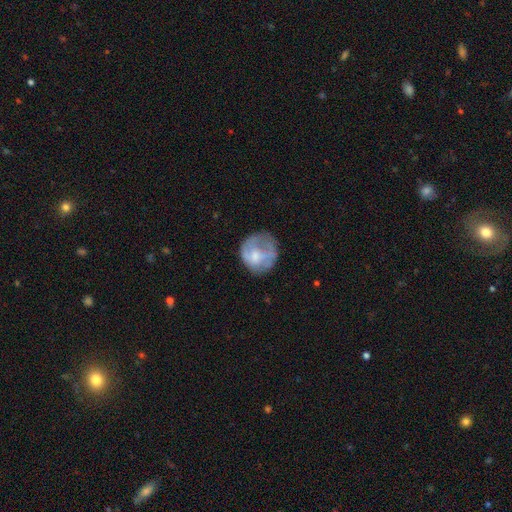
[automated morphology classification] A smooth galaxy with no disk features (54%) that is round (78%).

Vote fractions:
- Smooth or featured? smooth: 54% / featured or disk: 39% / star or artifact: 7%
- How rounded? round: 78% / in between: 21% / cigar-shaped: 1%
- Merging? none: 51% / minor disturbance: 26% / major disturbance: 21% / merger: 2%